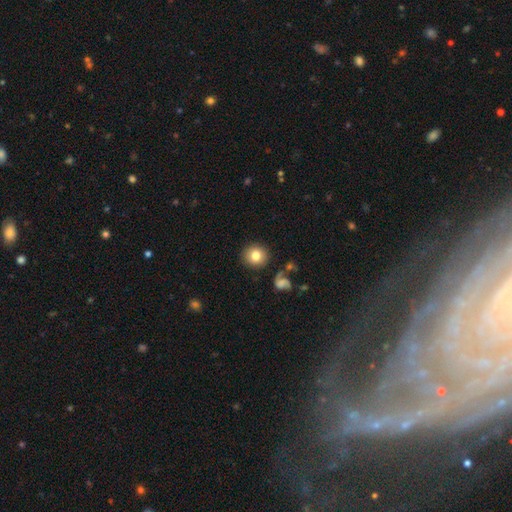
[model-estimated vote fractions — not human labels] Smooth or featured: smooth — 80% (featured or disk — 11%)
How rounded: round — 89% (in between — 10%)
Merging: none — 86% (minor disturbance — 8%)